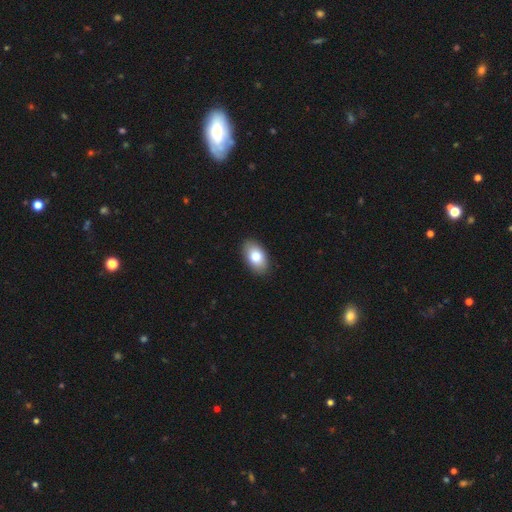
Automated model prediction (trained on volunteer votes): smooth_or_featured: smooth (p=0.80) [alt: featured or disk p=0.13]
how_rounded: in between (p=0.92) [alt: round p=0.06]
merging: none (p=0.89) [alt: minor disturbance p=0.08]